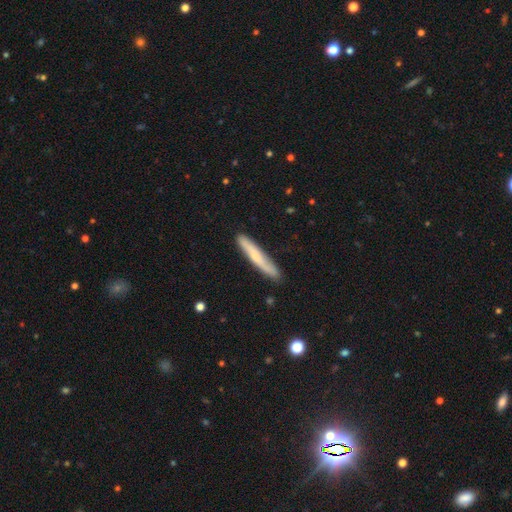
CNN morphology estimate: Q: Smooth or featured?
A: smooth (57%); runner-up: featured or disk (37%)
Q: How rounded?
A: cigar-shaped (94%); runner-up: in between (5%)
Q: Merging?
A: none (85%); runner-up: minor disturbance (12%)